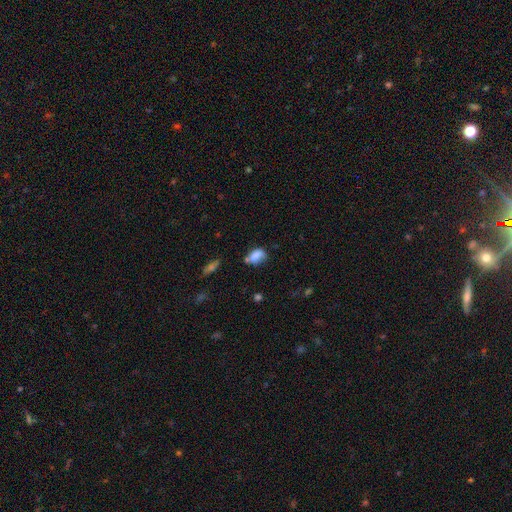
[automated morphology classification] The model was most divided on "merging": none: 47%, minor disturbance: 30%, merger: 13%, major disturbance: 10%. More confident: how rounded — in between (81%); smooth or featured — smooth (78%).